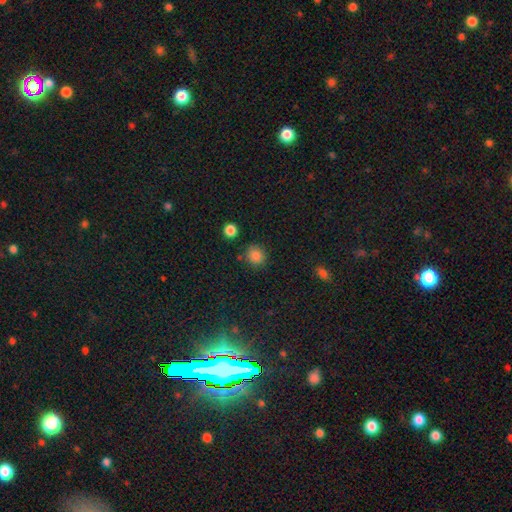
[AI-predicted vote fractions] This is clearly a smooth galaxy (85%). How rounded: clearly round (87%). Merging: clearly none (83%).